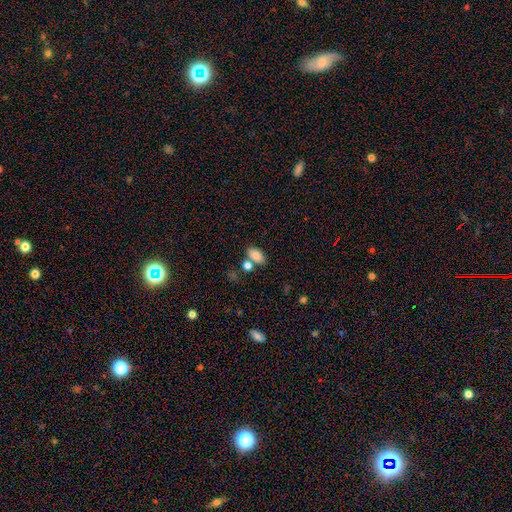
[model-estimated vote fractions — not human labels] Smooth or featured? Predicted: smooth (p=0.84). How rounded? Predicted: in between (p=0.90). Merging? Predicted: none (p=0.58).